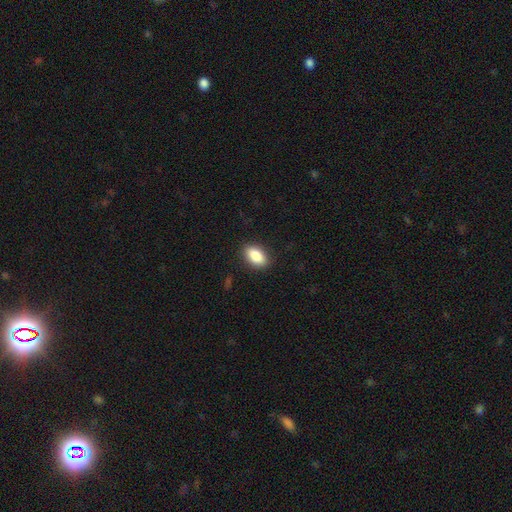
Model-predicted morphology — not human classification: Smooth or featured? smooth (87%)
How rounded? in between (90%)
Merging? none (88%)